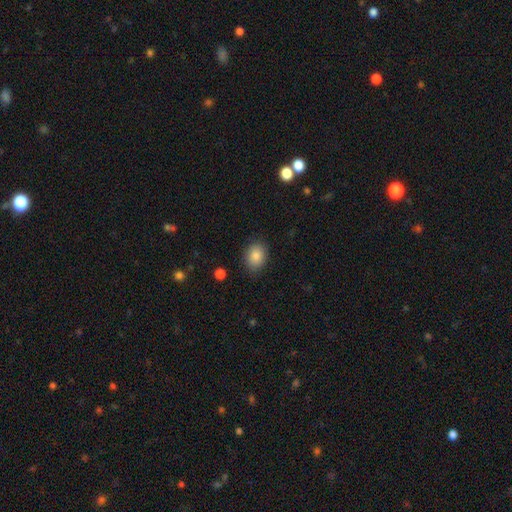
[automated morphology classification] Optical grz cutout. It shows a smooth galaxy with no disk features (86%) that is in between round and cigar-shaped (60%). Merging: none (84%).